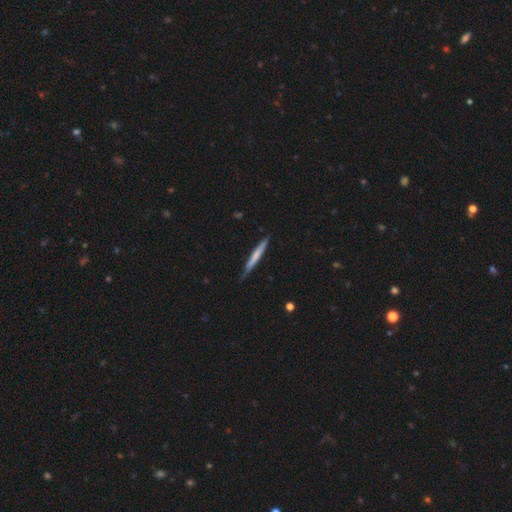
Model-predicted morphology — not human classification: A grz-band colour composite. It shows a smooth galaxy with no disk features (58%) that is cigar-shaped (96%). Merging: none (78%).